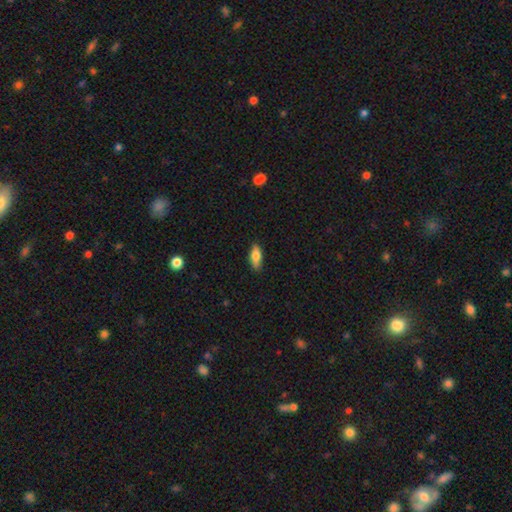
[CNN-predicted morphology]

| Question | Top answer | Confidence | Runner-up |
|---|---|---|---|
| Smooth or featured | smooth | 75% | featured or disk (19%) |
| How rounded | in between | 73% | cigar-shaped (24%) |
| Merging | none | 84% | minor disturbance (13%) |